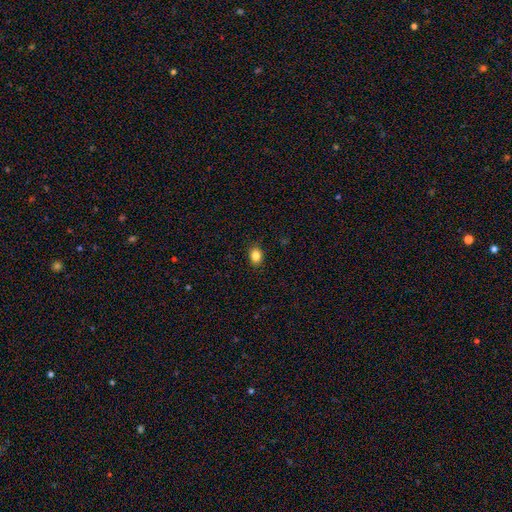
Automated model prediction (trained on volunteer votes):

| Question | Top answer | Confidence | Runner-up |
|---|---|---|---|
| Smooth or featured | smooth | 84% | star or artifact (10%) |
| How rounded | in between | 56% | round (43%) |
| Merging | none | 88% | minor disturbance (9%) |